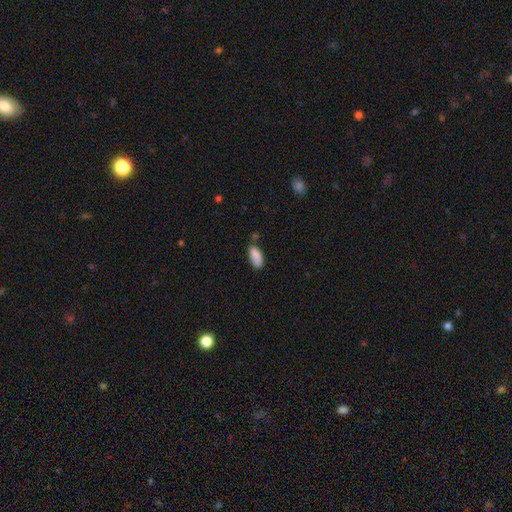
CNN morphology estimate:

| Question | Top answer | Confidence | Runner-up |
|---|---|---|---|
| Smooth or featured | smooth | 88% | star or artifact (7%) |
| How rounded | in between | 87% | cigar-shaped (11%) |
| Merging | none | 63% | minor disturbance (25%) |